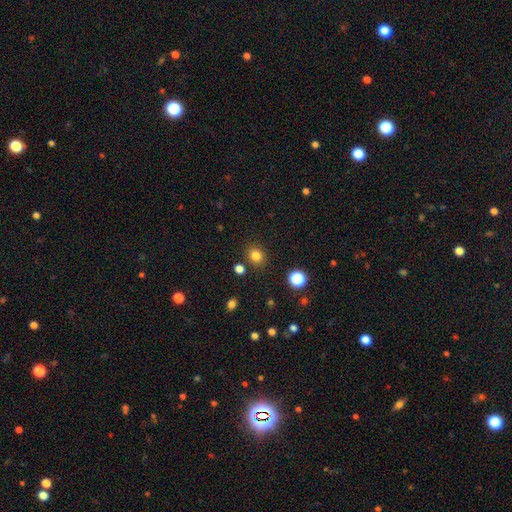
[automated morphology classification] type=smooth (81%); roundness=round (75%); merging=none (85%).